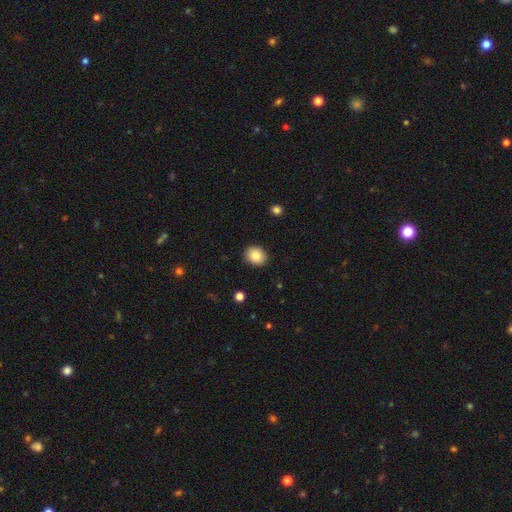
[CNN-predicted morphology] smooth_or_featured: smooth (p=0.86) [alt: star or artifact p=0.09]
how_rounded: round (p=0.69) [alt: in between p=0.30]
merging: none (p=0.90) [alt: minor disturbance p=0.07]